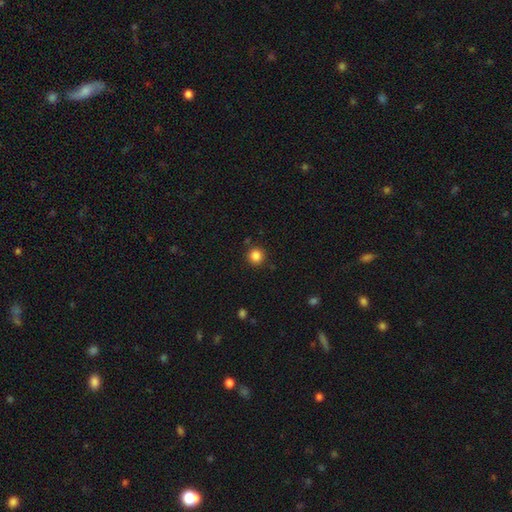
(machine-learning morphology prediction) smooth_or_featured: smooth (p=0.85) [alt: star or artifact p=0.11]
how_rounded: round (p=0.93) [alt: in between p=0.06]
merging: none (p=0.88) [alt: minor disturbance p=0.07]